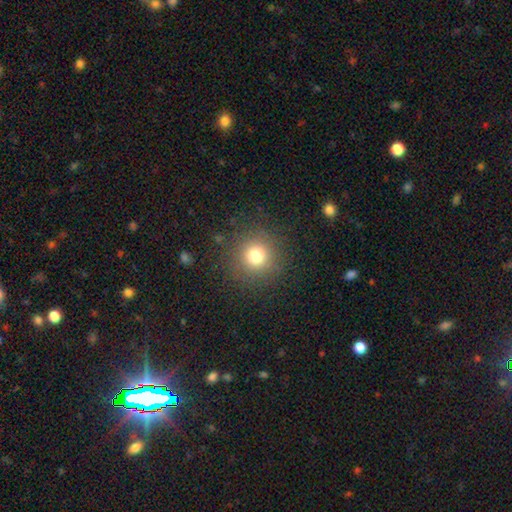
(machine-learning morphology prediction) This is likely a smooth galaxy (75%). How rounded: clearly round (94%). Merging: clearly none (88%).